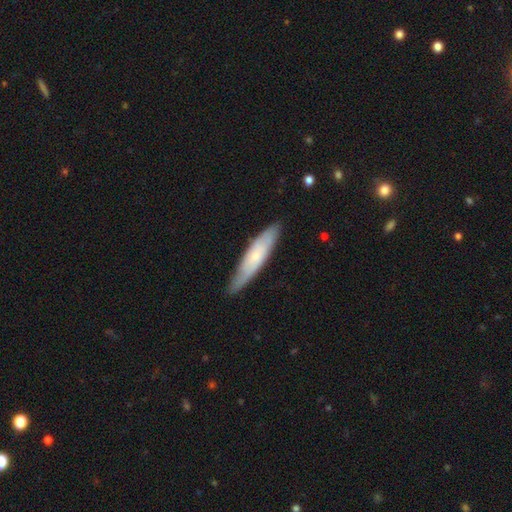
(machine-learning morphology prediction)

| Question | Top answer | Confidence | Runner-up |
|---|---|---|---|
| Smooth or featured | smooth | 50% | featured or disk (44%) |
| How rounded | cigar-shaped | 80% | in between (19%) |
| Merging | none | 81% | minor disturbance (15%) |